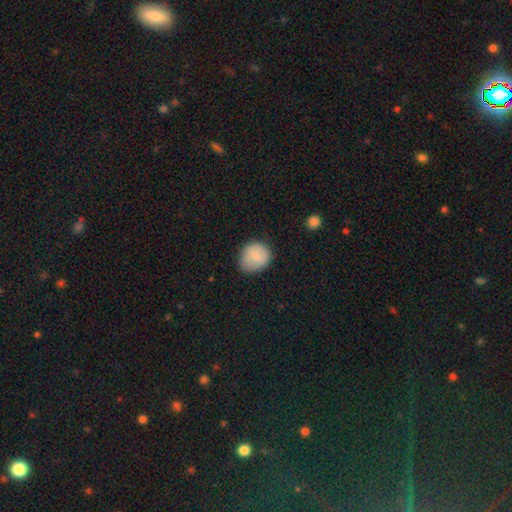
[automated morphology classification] A smooth galaxy with no disk features (76%) that is round (75%).

Vote fractions:
- Smooth or featured? smooth: 76% / featured or disk: 16% / star or artifact: 7%
- How rounded? round: 75% / in between: 24% / cigar-shaped: 1%
- Merging? none: 66% / minor disturbance: 27% / major disturbance: 6% / merger: 1%